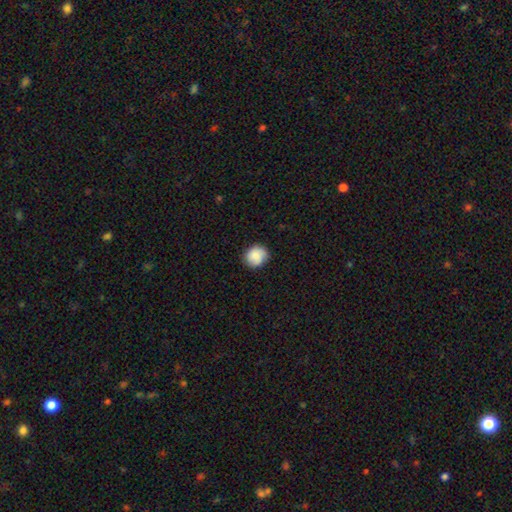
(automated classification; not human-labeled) smooth_or_featured: smooth (p=0.84) [alt: featured or disk p=0.08]
how_rounded: round (p=0.79) [alt: in between p=0.20]
merging: none (p=0.83) [alt: minor disturbance p=0.13]